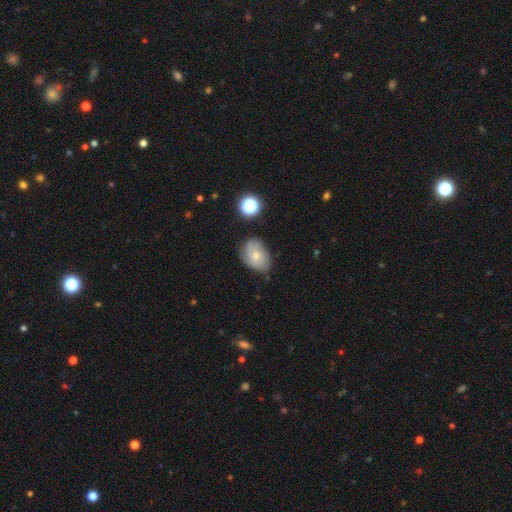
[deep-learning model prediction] Morphology: type=smooth (62%); roundness=in between (75%); merging=none (61%).